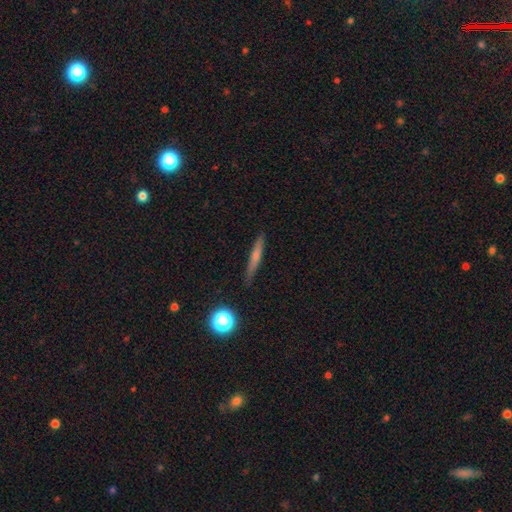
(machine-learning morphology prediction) Smooth or featured? featured or disk (46%)
Merging? none (89%)